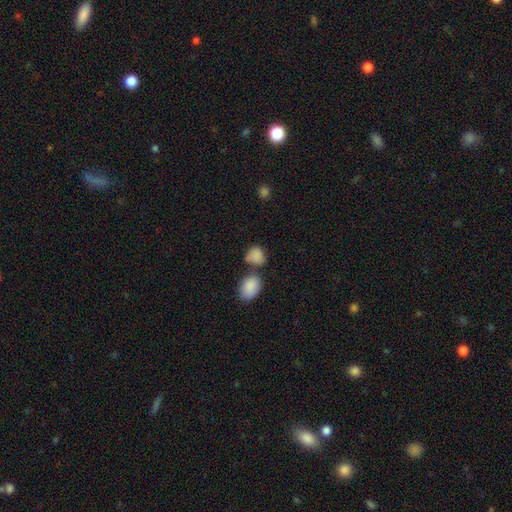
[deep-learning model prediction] This appears to be a smooth galaxy with no disk features (86%) that is in between round and cigar-shaped (58%). Merging: none (43%).